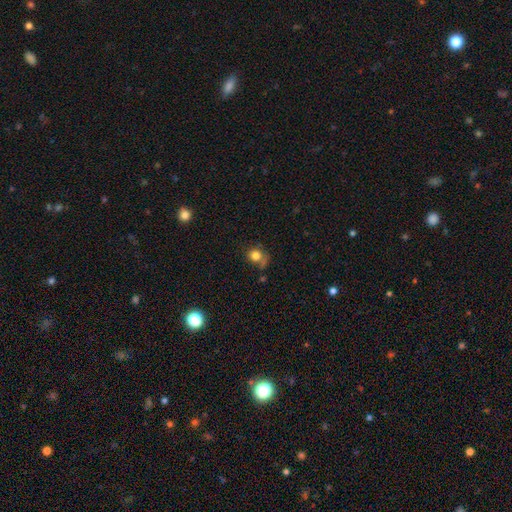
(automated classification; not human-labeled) This appears to be a smooth galaxy with no disk features (79%) that is round (77%). Merging: none (52%).